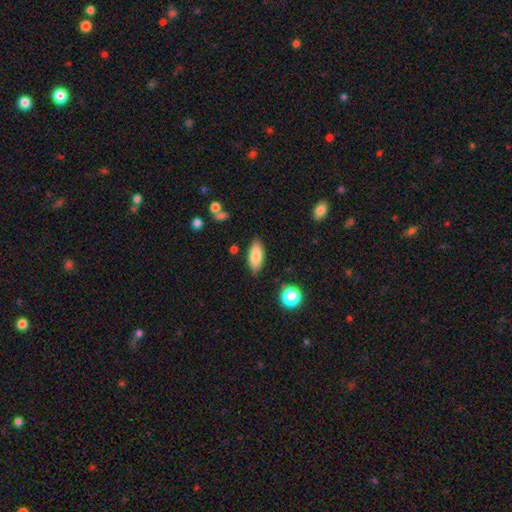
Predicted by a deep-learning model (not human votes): This is clearly a smooth galaxy (83%). How rounded: clearly in between (84%). Merging: clearly none (84%).